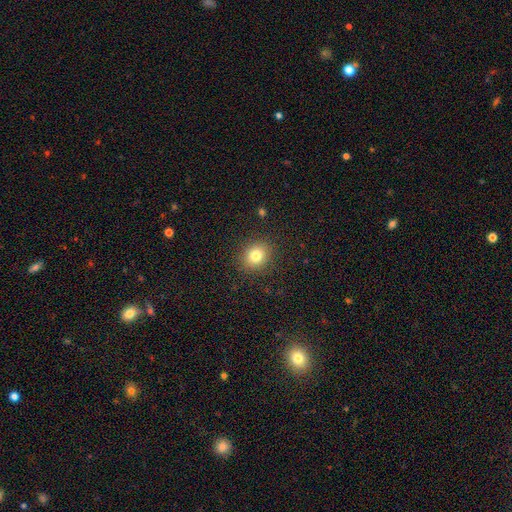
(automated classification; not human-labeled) smooth-or-featured: smooth: 80% | star or artifact: 12% | featured or disk: 8%
  how-rounded: round: 70% | in between: 29% | cigar-shaped: 1%
  merging: none: 88% | minor disturbance: 8% | major disturbance: 3% | merger: 1%